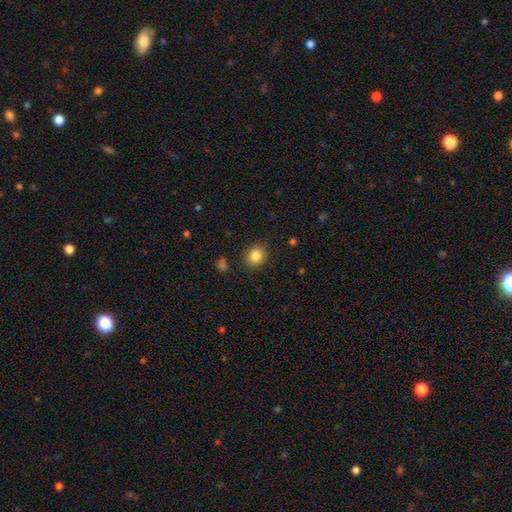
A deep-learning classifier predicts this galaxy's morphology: The model was most divided on "how rounded": round: 73%, in between: 27%, cigar-shaped: 1%. More confident: merging — none (88%); smooth or featured — smooth (84%).